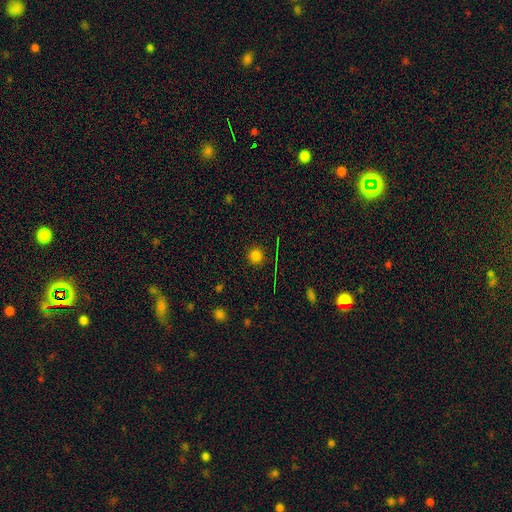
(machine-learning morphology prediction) smooth 77%, star or artifact 17%, featured or disk 6%. Down the decision tree: how rounded — round (93%); merging — none (89%).